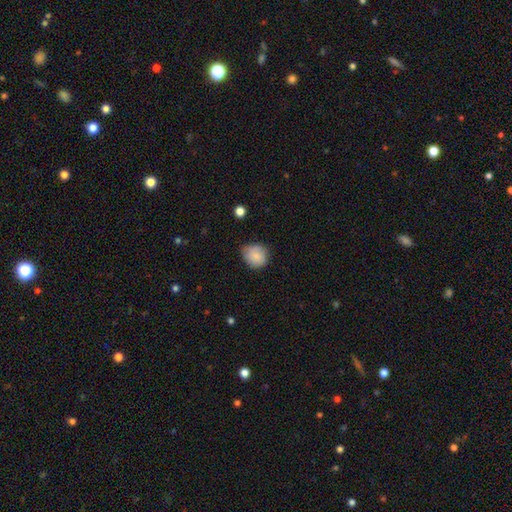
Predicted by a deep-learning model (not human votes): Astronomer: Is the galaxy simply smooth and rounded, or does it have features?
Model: smooth — 85%.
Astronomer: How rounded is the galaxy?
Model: round — 80%.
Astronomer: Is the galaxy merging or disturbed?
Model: none — 65%.